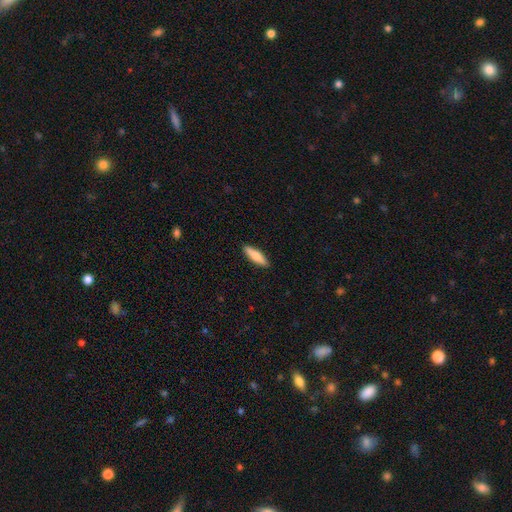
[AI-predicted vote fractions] A smooth galaxy with no disk features (76%) that is cigar-shaped (67%).

Vote fractions:
- Smooth or featured? smooth: 76% / featured or disk: 18% / star or artifact: 5%
- How rounded? cigar-shaped: 67% / in between: 32% / round: 2%
- Merging? none: 91% / minor disturbance: 7% / major disturbance: 2% / merger: 1%